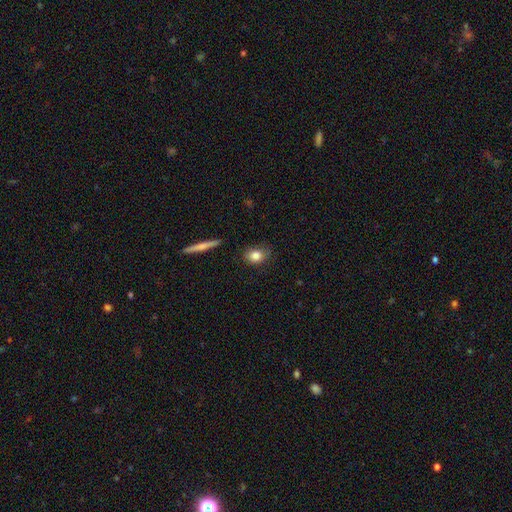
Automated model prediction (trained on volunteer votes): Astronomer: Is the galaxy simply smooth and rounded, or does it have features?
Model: smooth — 81%.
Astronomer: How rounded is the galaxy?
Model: in between — 61% (runner-up: round, 36%).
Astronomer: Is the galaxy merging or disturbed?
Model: none — 77%.